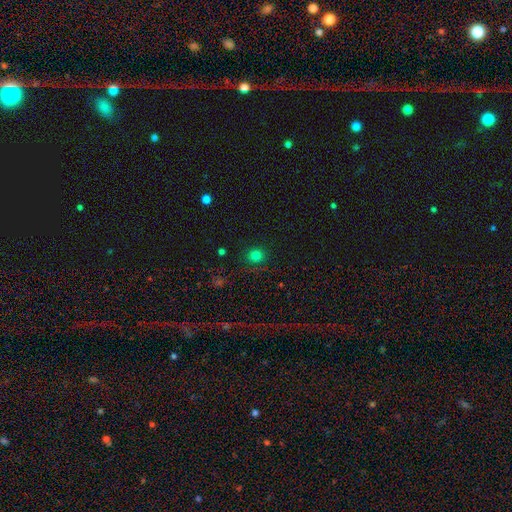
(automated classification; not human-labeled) Smooth or featured: smooth — 78% (star or artifact — 18%)
How rounded: round — 91% (in between — 8%)
Merging: none — 87% (minor disturbance — 8%)